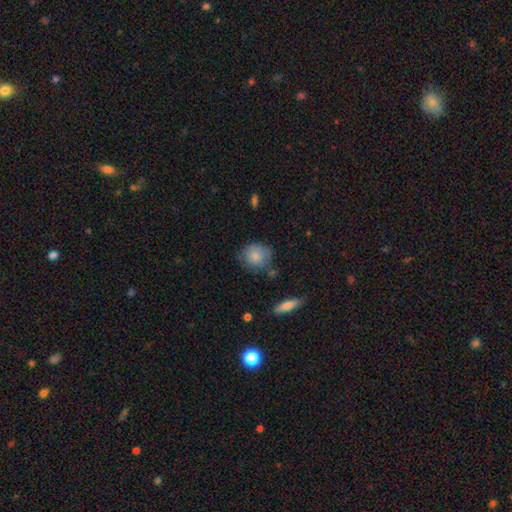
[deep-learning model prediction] smooth-or-featured: smooth: 79% | featured or disk: 14% | star or artifact: 7%
  how-rounded: round: 75% | in between: 24% | cigar-shaped: 1%
  merging: none: 61% | minor disturbance: 26% | major disturbance: 8% | merger: 5%